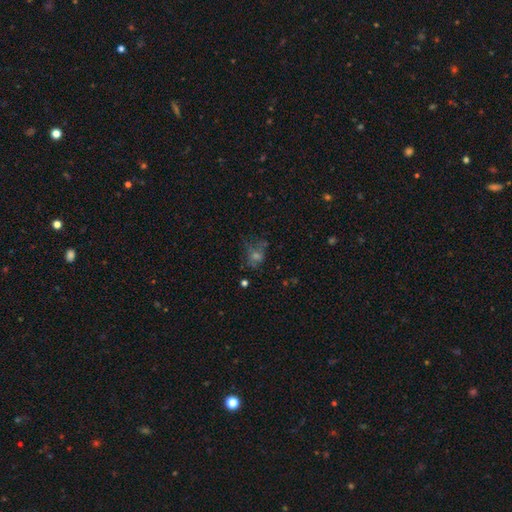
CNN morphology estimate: The model was most divided on "smooth or featured": smooth: 40%, star or artifact: 33%, featured or disk: 28%. More confident: merging — none (53%).